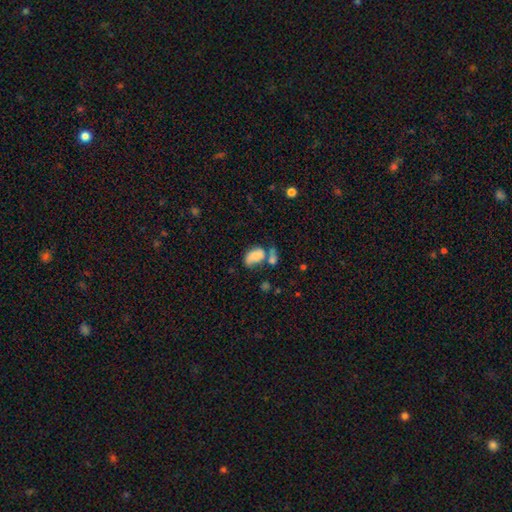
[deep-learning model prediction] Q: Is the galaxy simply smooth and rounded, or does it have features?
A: smooth — 65%.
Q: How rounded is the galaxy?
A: in between — 90%.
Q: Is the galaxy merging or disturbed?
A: merger — 32%, tied with none.